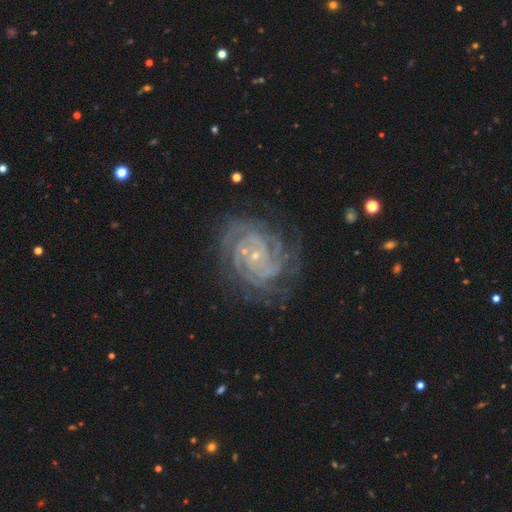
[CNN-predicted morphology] featured or disk 90%, star or artifact 6%, smooth 4%. Down the decision tree: edge-on disk — no (98%); bar — no (71%); spiral arms — yes (98%); spiral arm count — 2 (25%); spiral winding — tight (78%); bulge size — small (86%); merging — none (75%).